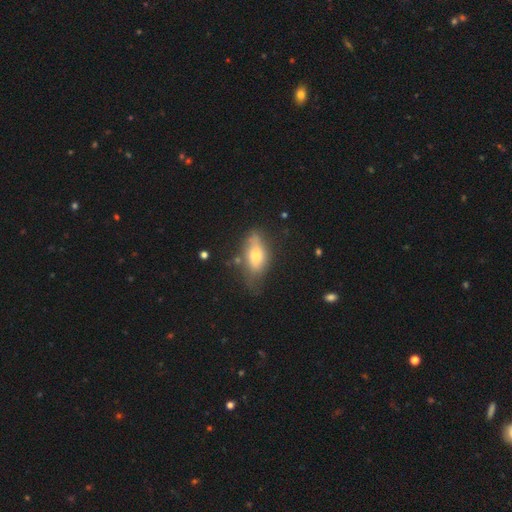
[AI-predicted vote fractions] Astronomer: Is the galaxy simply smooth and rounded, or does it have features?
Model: smooth — 63%.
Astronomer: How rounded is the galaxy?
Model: in between — 83%.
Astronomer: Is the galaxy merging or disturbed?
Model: none — 55% (runner-up: minor disturbance, 30%).